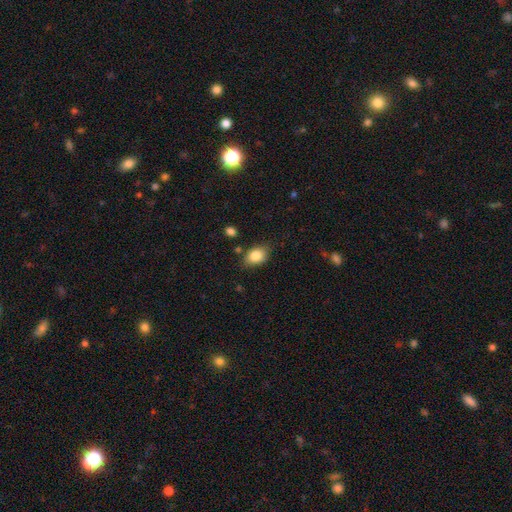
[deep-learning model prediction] Overall: smooth (84%). How rounded: in between (79%). Merging: none (76%).